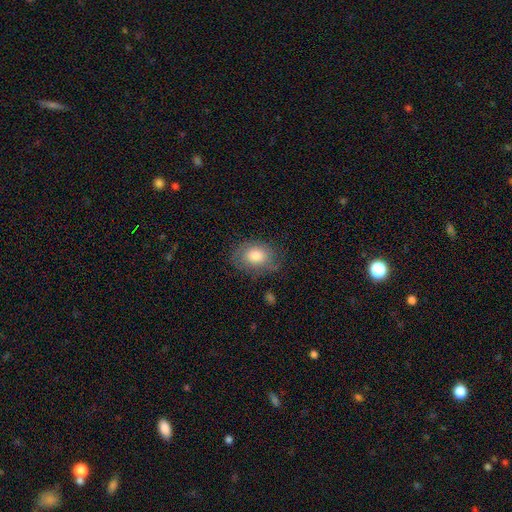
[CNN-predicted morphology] type=smooth (65%); roundness=in between (65%); merging=none (72%).